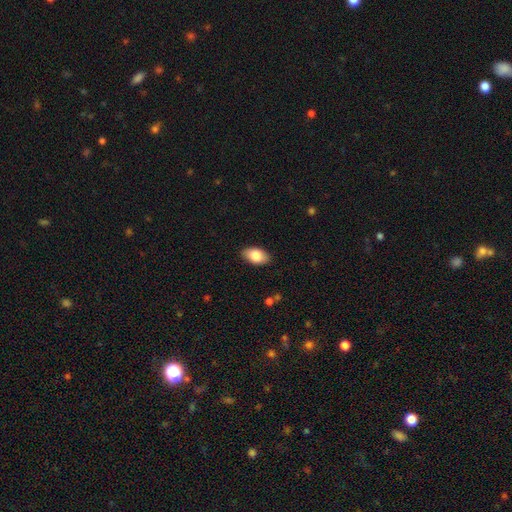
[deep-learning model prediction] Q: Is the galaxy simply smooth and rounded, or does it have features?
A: smooth — 83%.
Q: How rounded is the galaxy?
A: in between — 93%.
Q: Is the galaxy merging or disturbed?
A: none — 88%.